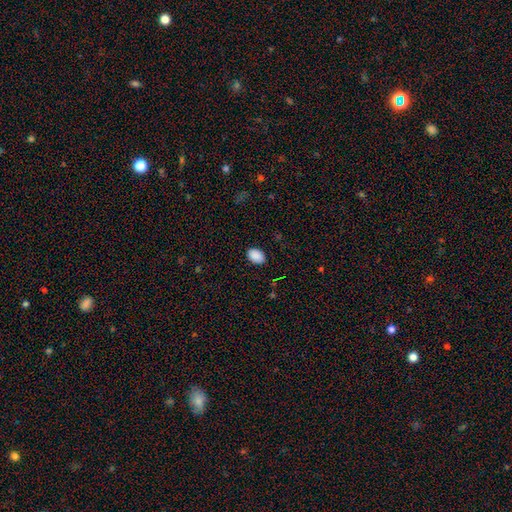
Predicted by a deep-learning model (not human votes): Q: Smooth or featured?
A: smooth (89%); runner-up: star or artifact (8%)
Q: How rounded?
A: in between (82%); runner-up: round (17%)
Q: Merging?
A: none (88%); runner-up: minor disturbance (9%)